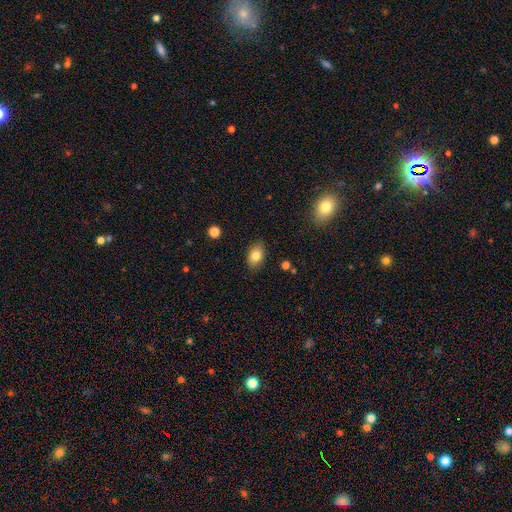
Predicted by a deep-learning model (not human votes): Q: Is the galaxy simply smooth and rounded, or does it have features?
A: smooth — 81%.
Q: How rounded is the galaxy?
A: in between — 83%.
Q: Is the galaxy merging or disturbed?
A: none — 85%.